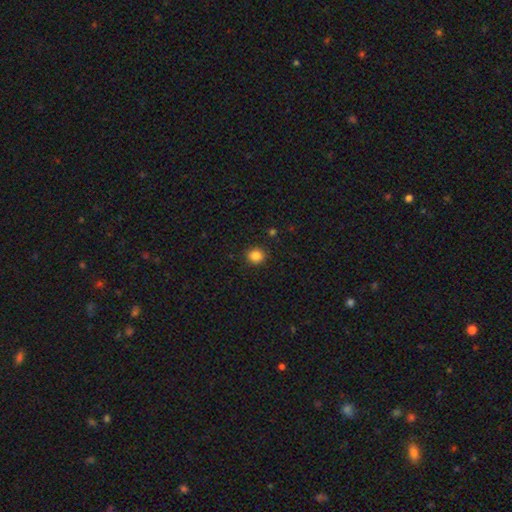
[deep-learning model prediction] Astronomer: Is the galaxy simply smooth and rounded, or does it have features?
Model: smooth — 84%.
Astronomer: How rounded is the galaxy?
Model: round — 90%.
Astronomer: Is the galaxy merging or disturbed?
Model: none — 92%.